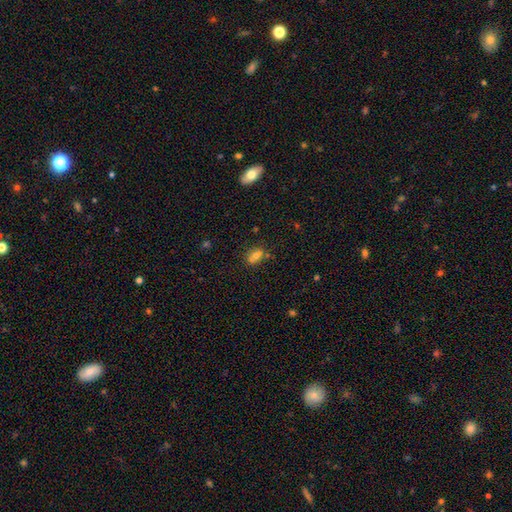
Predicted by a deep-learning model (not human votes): This is likely a smooth galaxy (67%). How rounded: likely in between (63%). Merging: possibly none (55%).